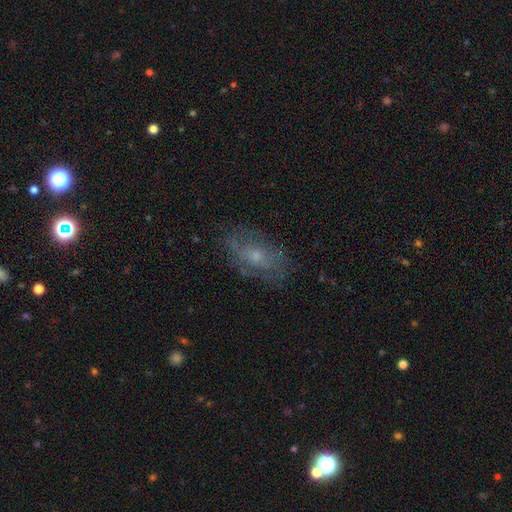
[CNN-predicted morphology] Smooth or featured: featured or disk — 53% (smooth — 31%)
Edge-on disk: no — 91% (yes — 9%)
Merging: none — 74% (minor disturbance — 17%)